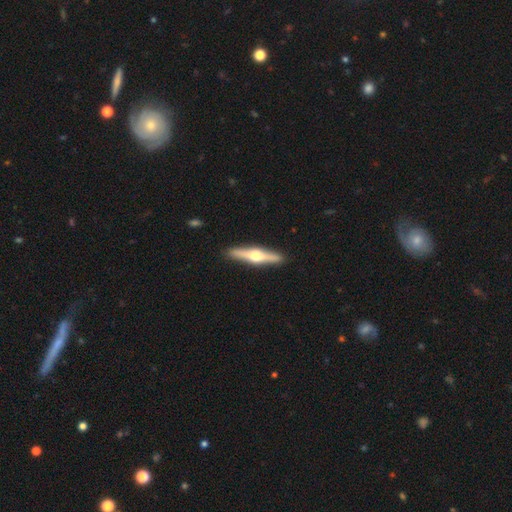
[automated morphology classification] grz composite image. It shows a featured or disk galaxy (68%) viewed edge-on (97%) with a rounded central bulge (95%). Merging: none (91%).